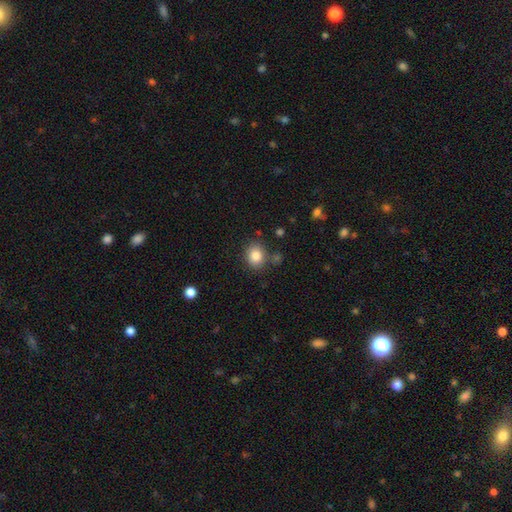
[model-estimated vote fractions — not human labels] smooth-or-featured: smooth: 84% | star or artifact: 10% | featured or disk: 6%
  how-rounded: round: 57% | in between: 42% | cigar-shaped: 1%
  merging: none: 79% | minor disturbance: 12% | merger: 6% | major disturbance: 4%